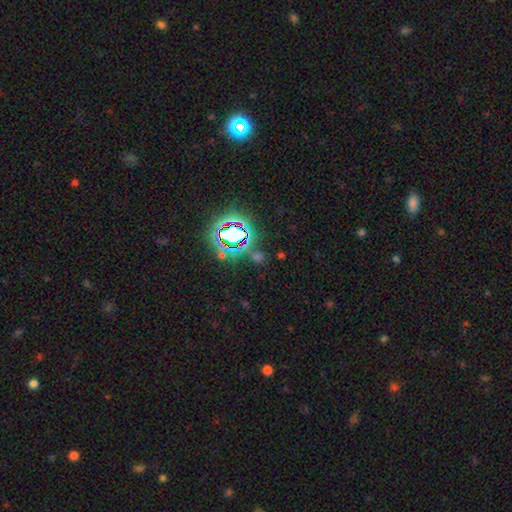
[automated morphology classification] Overall: star or artifact (68%).